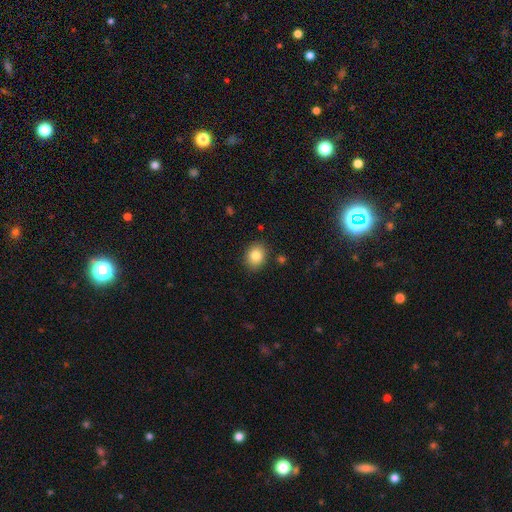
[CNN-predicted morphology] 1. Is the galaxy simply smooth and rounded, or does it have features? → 83% smooth, 10% star or artifact, 8% featured or disk.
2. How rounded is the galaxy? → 56% round, 43% in between, 1% cigar-shaped.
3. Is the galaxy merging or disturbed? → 87% none, 9% minor disturbance, 2% major disturbance, 2% merger.